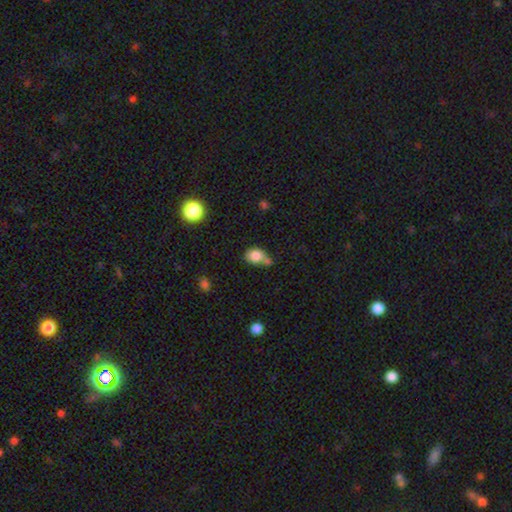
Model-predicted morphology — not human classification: Smooth or featured? Predicted: smooth (p=0.82). How rounded? Predicted: in between (p=0.53). Merging? Predicted: none (p=0.38).